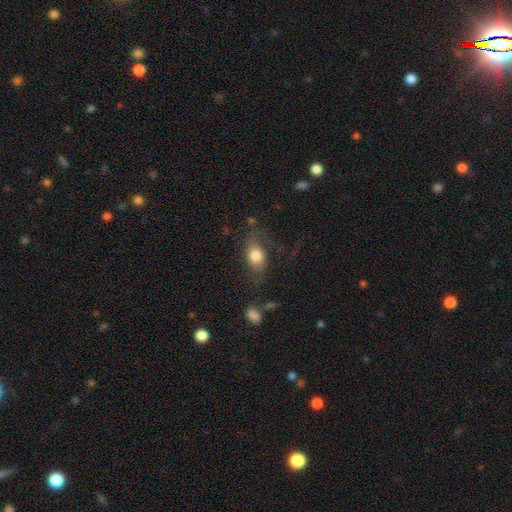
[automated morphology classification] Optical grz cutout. It shows a smooth galaxy with no disk features (65%) that is in between round and cigar-shaped (78%). Merging: none (51%).